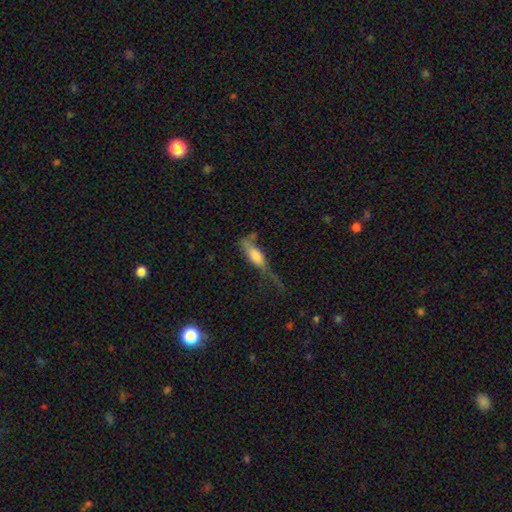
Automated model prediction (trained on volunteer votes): smooth_or_featured: smooth (p=0.58) [alt: featured or disk p=0.33]
how_rounded: in between (p=0.51) [alt: cigar-shaped p=0.46]
merging: major disturbance (p=0.38) [alt: none p=0.28]